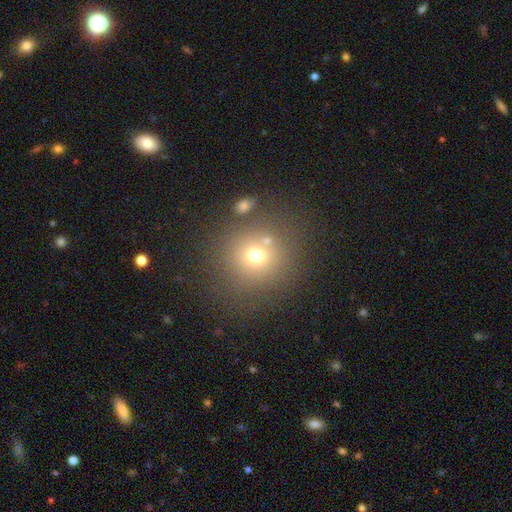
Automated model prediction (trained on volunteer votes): Smooth or featured?
  - smooth: 67% *
  - star or artifact: 19%
  - featured or disk: 13%
How rounded?
  - round: 89% *
  - in between: 10%
  - cigar-shaped: 1%
Merging?
  - none: 74% *
  - merger: 11%
  - minor disturbance: 10%
  - major disturbance: 5%